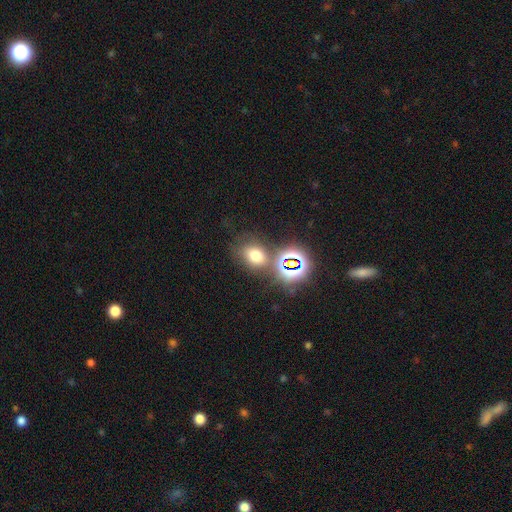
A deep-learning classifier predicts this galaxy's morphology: A smooth galaxy with no disk features (64%) that is in between round and cigar-shaped (54%).

Vote fractions:
- Smooth or featured? smooth: 64% / star or artifact: 26% / featured or disk: 10%
- How rounded? in between: 54% / round: 45% / cigar-shaped: 1%
- Merging? none: 60% / merger: 19% / minor disturbance: 14% / major disturbance: 7%